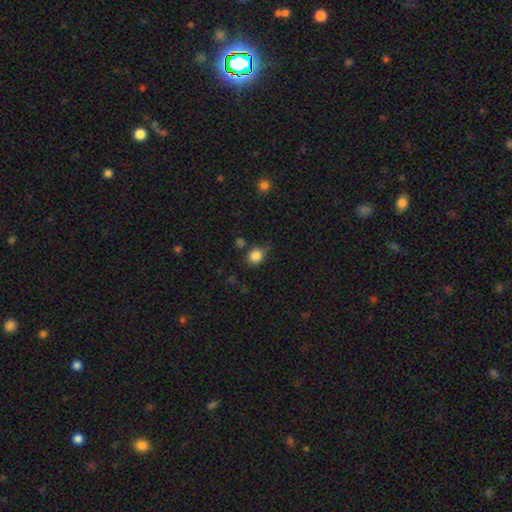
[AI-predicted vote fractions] A smooth galaxy with no disk features (85%) that is round (82%).

Vote fractions:
- Smooth or featured? smooth: 85% / star or artifact: 11% / featured or disk: 4%
- How rounded? round: 82% / in between: 17% / cigar-shaped: 1%
- Merging? none: 67% / minor disturbance: 22% / merger: 6% / major disturbance: 5%